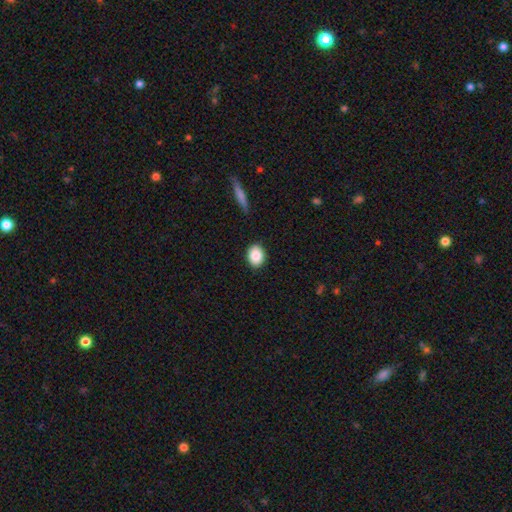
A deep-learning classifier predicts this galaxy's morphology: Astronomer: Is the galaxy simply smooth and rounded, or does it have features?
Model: smooth — 87%.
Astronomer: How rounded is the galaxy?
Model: in between — 57% (runner-up: round, 42%).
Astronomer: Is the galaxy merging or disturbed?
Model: none — 87%.